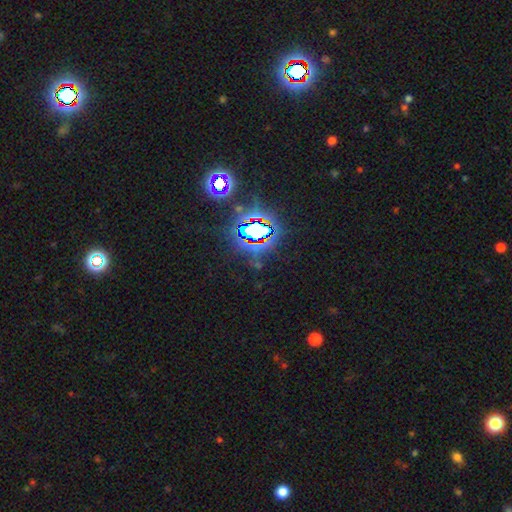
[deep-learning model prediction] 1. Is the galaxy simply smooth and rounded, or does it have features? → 80% star or artifact, 11% smooth, 8% featured or disk.